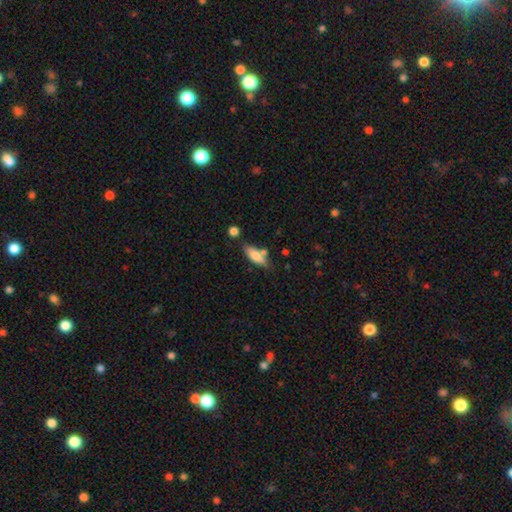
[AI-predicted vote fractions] Smooth or featured?
  - smooth: 68% *
  - featured or disk: 25%
  - star or artifact: 7%
How rounded?
  - in between: 58% *
  - cigar-shaped: 39%
  - round: 3%
Merging?
  - none: 65% *
  - minor disturbance: 18%
  - merger: 13%
  - major disturbance: 5%